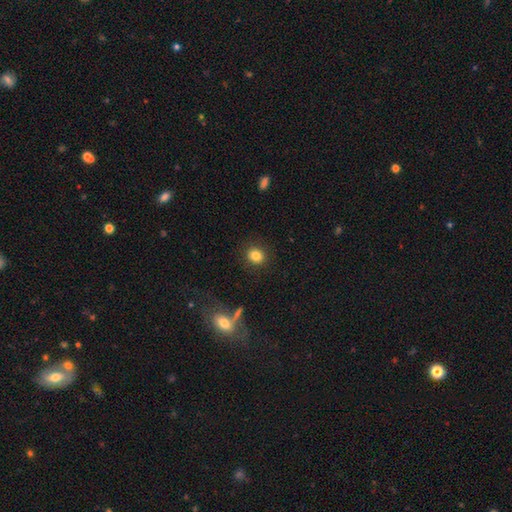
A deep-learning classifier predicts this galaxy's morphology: The model was most divided on "how rounded": round: 73%, in between: 26%, cigar-shaped: 1%. More confident: merging — none (88%); smooth or featured — smooth (84%).